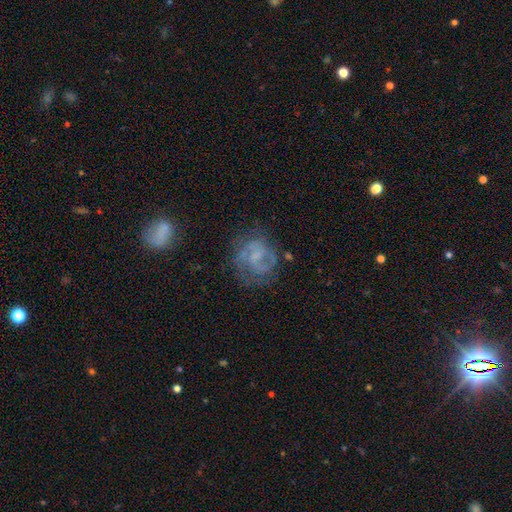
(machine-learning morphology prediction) Smooth or featured: featured or disk — 68% (smooth — 22%)
Edge-on disk: no — 98% (yes — 2%)
Bar: no — 53% (weak — 38%)
Spiral arms: yes — 75% (no — 25%)
Spiral winding: medium — 43% (tight — 38%)
Spiral arm count: 2 — 50% (can't tell — 28%)
Bulge size: none — 45% (small — 32%)
Merging: none — 60% (minor disturbance — 20%)